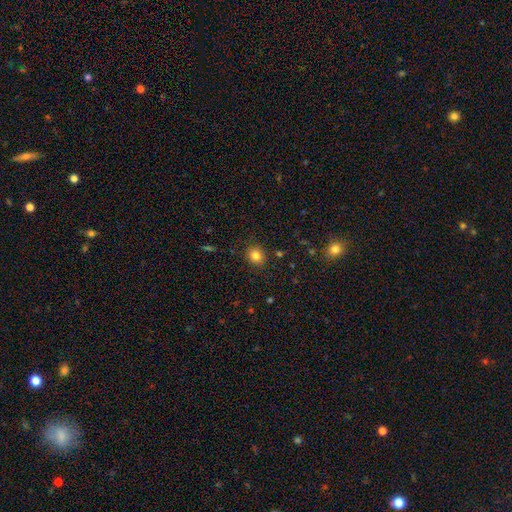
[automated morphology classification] Overall: smooth (82%). How rounded: round (74%). Merging: none (88%).